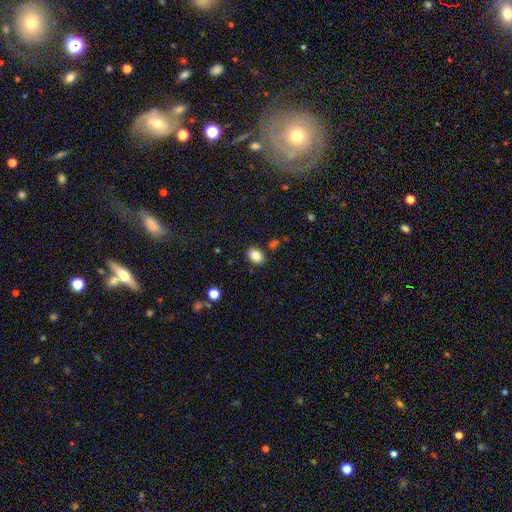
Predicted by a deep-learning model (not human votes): This is clearly a smooth galaxy (85%). How rounded: likely in between (72%). Merging: clearly none (85%).